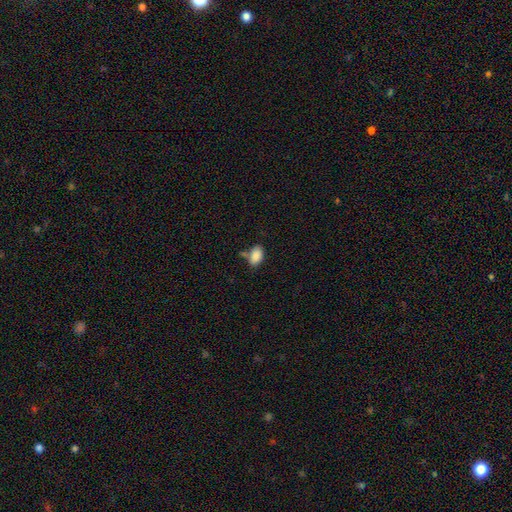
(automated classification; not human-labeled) This appears to be a smooth galaxy with no disk features (88%) that is in between round and cigar-shaped (91%). Merging: none (61%).